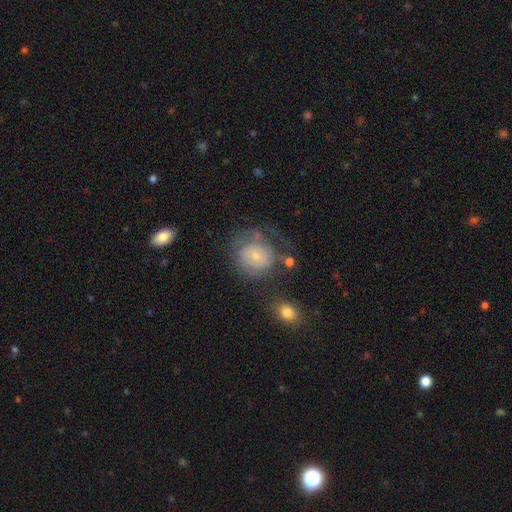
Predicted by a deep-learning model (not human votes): smooth_or_featured: smooth (p=0.51) [alt: featured or disk p=0.40]
how_rounded: round (p=0.77) [alt: in between p=0.22]
merging: none (p=0.47) [alt: major disturbance p=0.23]